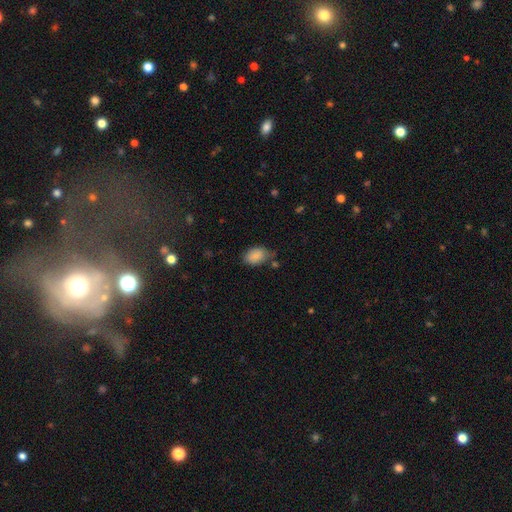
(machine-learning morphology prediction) This appears to be a smooth galaxy with no disk features (86%) that is in between round and cigar-shaped (86%). Merging: none (61%).